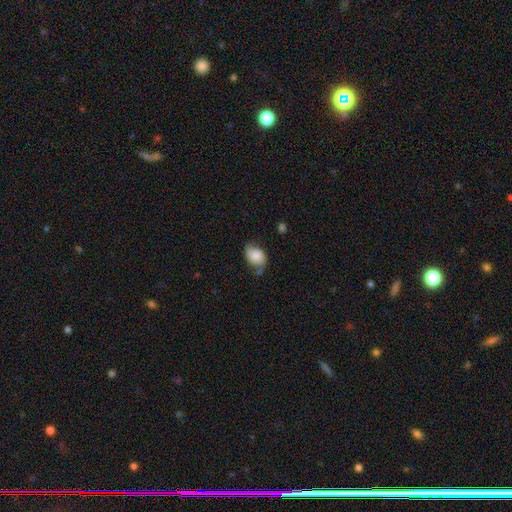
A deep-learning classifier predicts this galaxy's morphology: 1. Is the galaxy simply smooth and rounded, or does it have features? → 61% smooth, 31% featured or disk, 8% star or artifact.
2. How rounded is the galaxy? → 76% in between, 22% round, 1% cigar-shaped.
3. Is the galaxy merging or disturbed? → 50% none, 34% minor disturbance, 12% major disturbance, 4% merger.